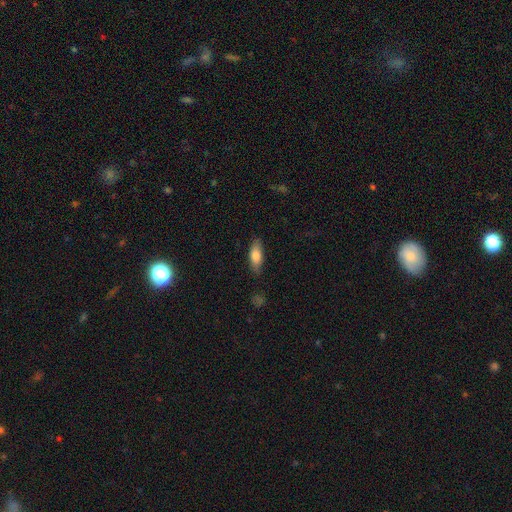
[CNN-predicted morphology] The model was most divided on "how rounded": in between: 72%, cigar-shaped: 25%, round: 2%. More confident: merging — none (83%); smooth or featured — smooth (77%).